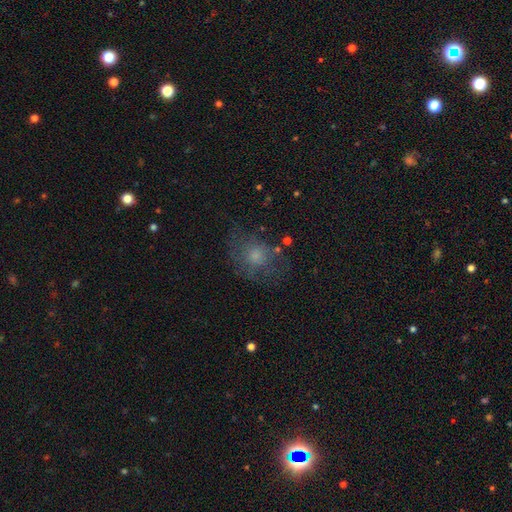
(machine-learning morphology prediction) Overall: smooth (54%; featured or disk 30%). How rounded: round (59%; in between 40%). Merging: none (61%).